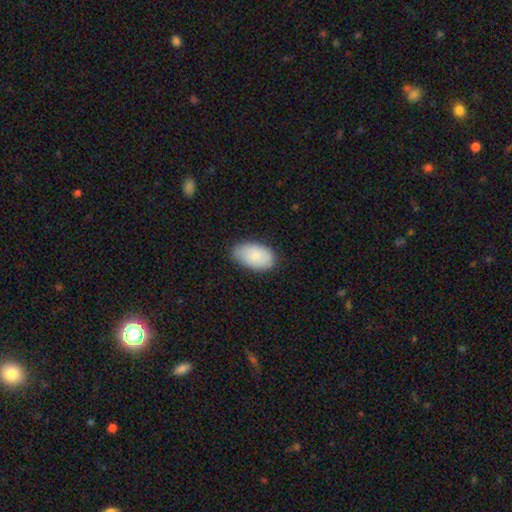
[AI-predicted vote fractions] Smooth or featured?
  - smooth: 82% *
  - featured or disk: 12%
  - star or artifact: 6%
How rounded?
  - in between: 94% *
  - round: 5%
  - cigar-shaped: 1%
Merging?
  - none: 74% *
  - minor disturbance: 21%
  - major disturbance: 3%
  - merger: 1%